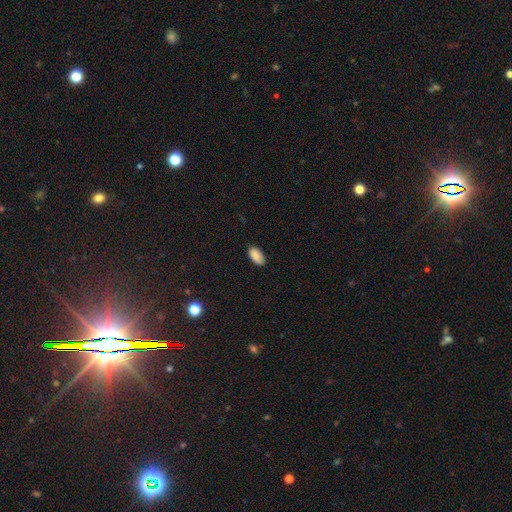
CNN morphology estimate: smooth-or-featured: smooth: 89% | star or artifact: 8% | featured or disk: 3%
  how-rounded: in between: 94% | cigar-shaped: 3% | round: 3%
  merging: none: 86% | minor disturbance: 11% | major disturbance: 2% | merger: 1%